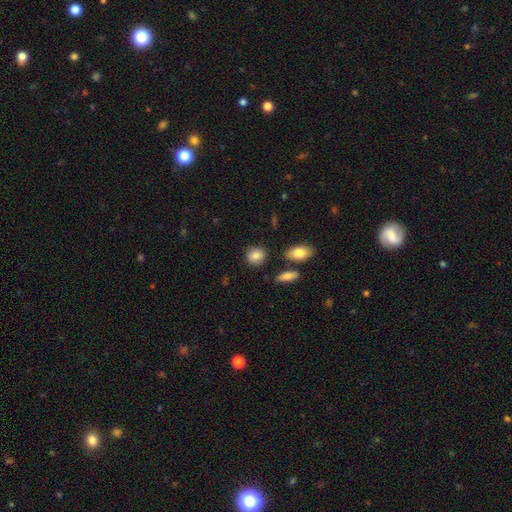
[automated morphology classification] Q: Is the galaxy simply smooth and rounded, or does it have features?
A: smooth — 84%.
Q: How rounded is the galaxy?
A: round — 70%.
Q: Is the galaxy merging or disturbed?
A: none — 82%.